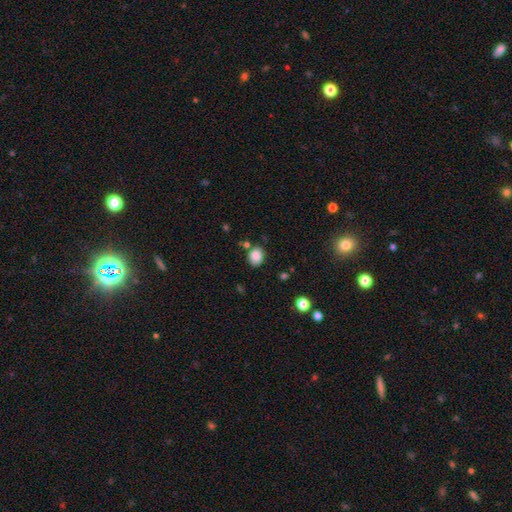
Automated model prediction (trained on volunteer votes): A smooth galaxy with no disk features (86%) that is in between round and cigar-shaped (50%).

Vote fractions:
- Smooth or featured? smooth: 86% / star or artifact: 10% / featured or disk: 5%
- How rounded? in between: 50% / round: 49% / cigar-shaped: 1%
- Merging? none: 72% / minor disturbance: 17% / merger: 7% / major disturbance: 4%